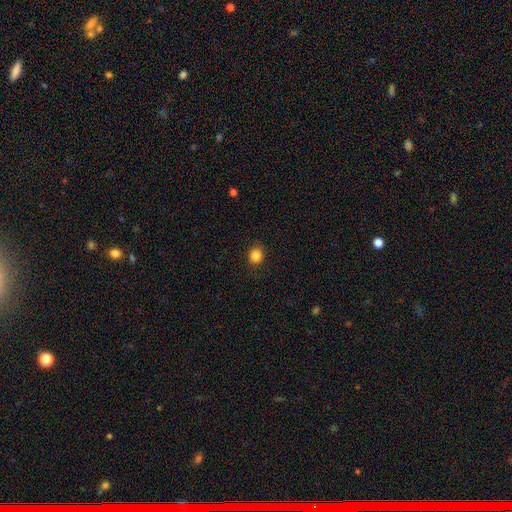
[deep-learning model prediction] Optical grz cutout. It shows a smooth galaxy with no disk features (85%) that is round (77%). Merging: none (89%).